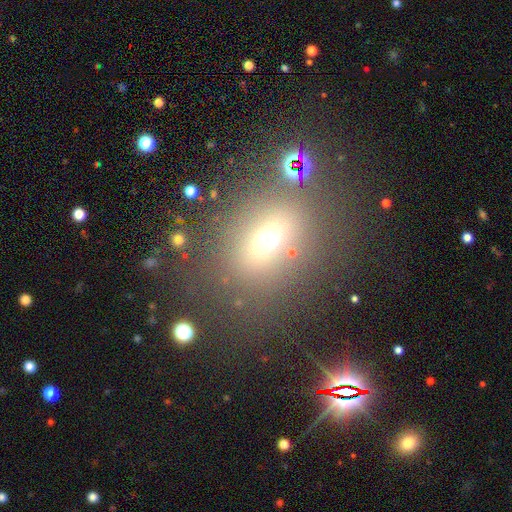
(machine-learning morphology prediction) smooth 65%, star or artifact 21%, featured or disk 14%. Down the decision tree: how rounded — in between (50%); merging — none (72%).